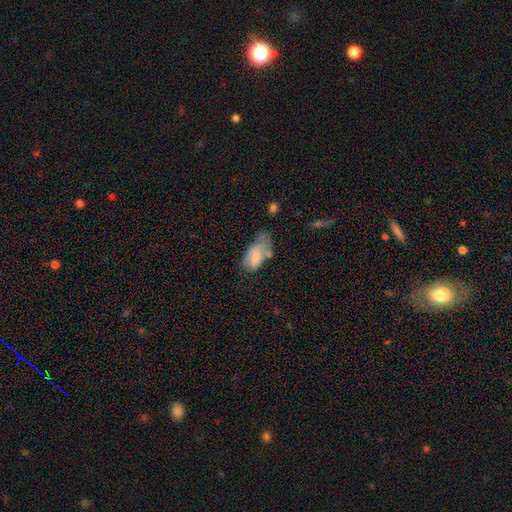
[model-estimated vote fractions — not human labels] Overall: smooth (69%). How rounded: in between (91%). Merging: minor disturbance (37%; none 27%).